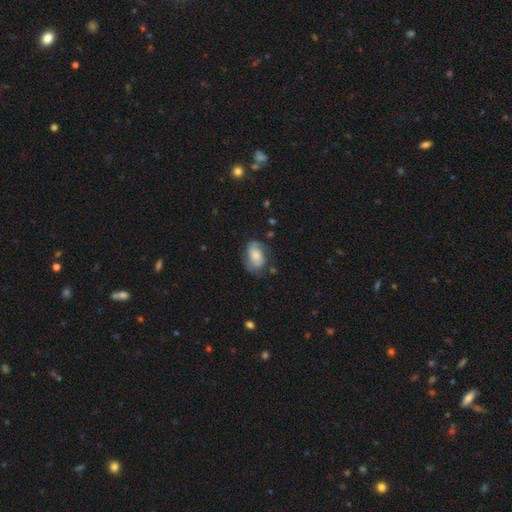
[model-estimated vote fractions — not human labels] A smooth galaxy with no disk features (57%) that is in between round and cigar-shaped (85%).

Vote fractions:
- Smooth or featured? smooth: 57% / featured or disk: 35% / star or artifact: 8%
- How rounded? in between: 85% / round: 13% / cigar-shaped: 2%
- Merging? none: 59% / minor disturbance: 26% / major disturbance: 12% / merger: 2%